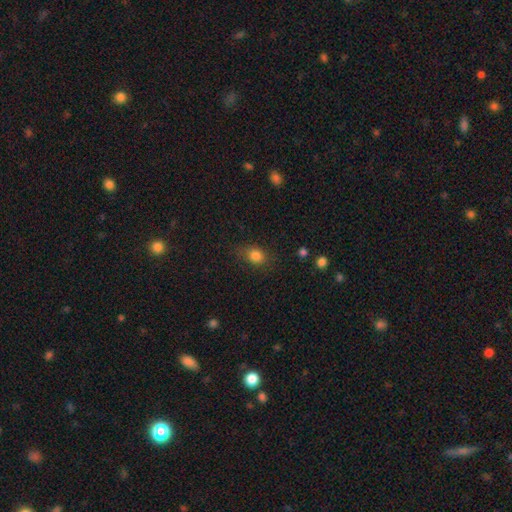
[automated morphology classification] Smooth or featured?
  - smooth: 82% *
  - star or artifact: 12%
  - featured or disk: 7%
How rounded?
  - in between: 53% *
  - round: 46%
  - cigar-shaped: 2%
Merging?
  - none: 72% *
  - minor disturbance: 19%
  - major disturbance: 7%
  - merger: 2%